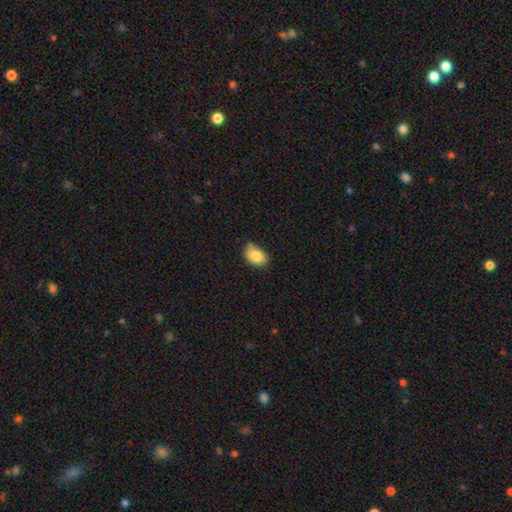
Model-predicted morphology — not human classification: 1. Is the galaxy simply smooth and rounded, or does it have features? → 85% smooth, 8% star or artifact, 7% featured or disk.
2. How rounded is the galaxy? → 85% in between, 14% round, 1% cigar-shaped.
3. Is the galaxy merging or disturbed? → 63% none, 29% minor disturbance, 5% major disturbance, 3% merger.